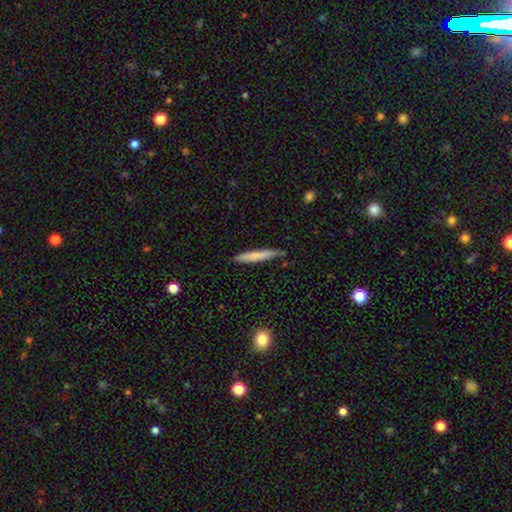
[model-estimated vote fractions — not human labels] smooth 75%, featured or disk 19%, star or artifact 6%. Down the decision tree: how rounded — cigar-shaped (94%); merging — none (80%).